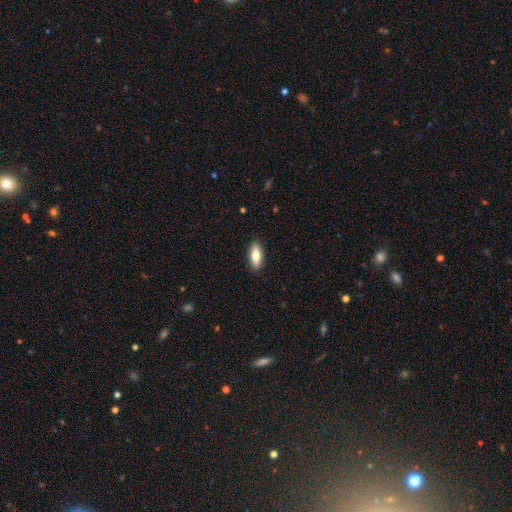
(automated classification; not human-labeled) This is likely a smooth galaxy (74%). How rounded: likely in between (74%). Merging: clearly none (90%).